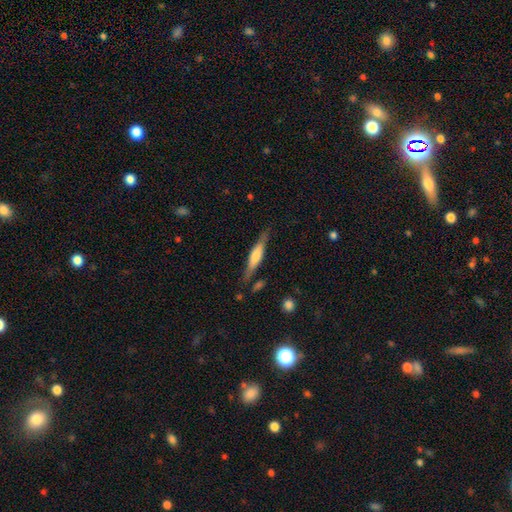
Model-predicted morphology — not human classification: This appears to be a featured or disk galaxy (56%) viewed edge-on (94%) with a rounded central bulge (62%). Merging: none (81%).